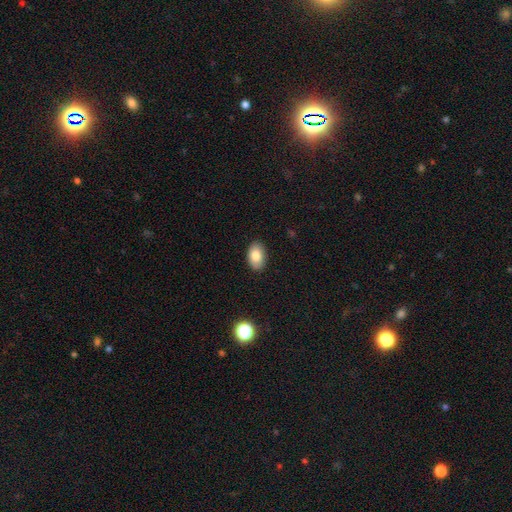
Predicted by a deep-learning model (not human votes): Q: Smooth or featured?
A: smooth (83%); runner-up: featured or disk (9%)
Q: How rounded?
A: in between (90%); runner-up: round (9%)
Q: Merging?
A: none (87%); runner-up: minor disturbance (10%)